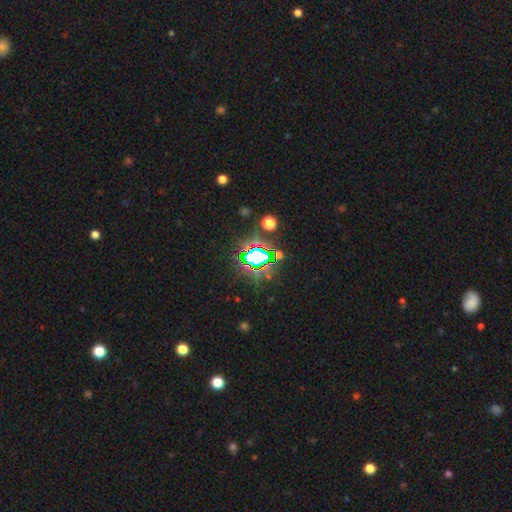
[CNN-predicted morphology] The model was most divided on "smooth or featured": star or artifact: 71%, smooth: 18%, featured or disk: 11%.